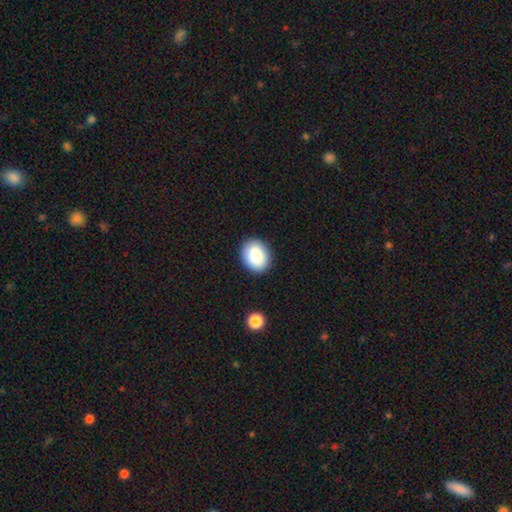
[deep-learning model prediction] Overall: smooth (88%). How rounded: in between (58%; round 41%). Merging: none (88%).